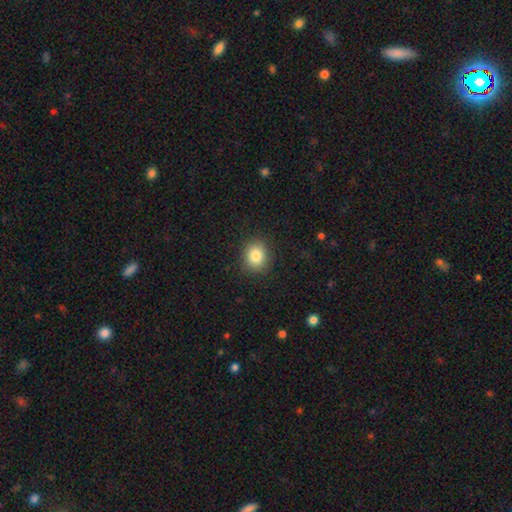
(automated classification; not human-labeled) Smooth or featured? Predicted: smooth (p=0.83). How rounded? Predicted: round (p=0.70). Merging? Predicted: none (p=0.88).